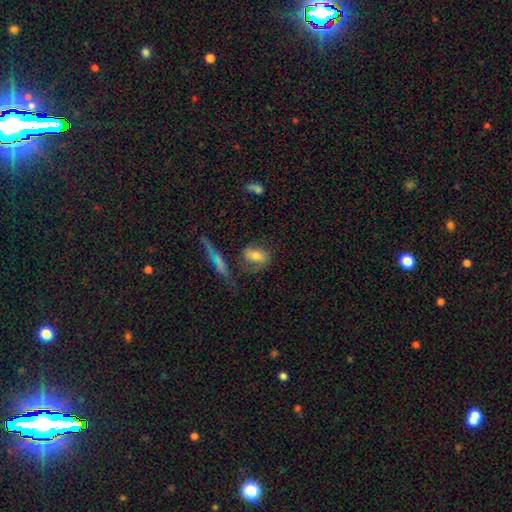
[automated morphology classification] smooth 59%, featured or disk 31%, star or artifact 10%. Down the decision tree: how rounded — in between (71%); merging — none (54%).